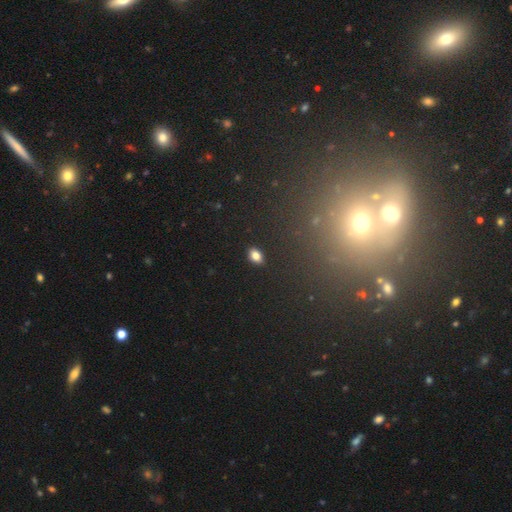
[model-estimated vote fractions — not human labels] smooth-or-featured: smooth: 82% | star or artifact: 11% | featured or disk: 7%
  how-rounded: in between: 85% | round: 13% | cigar-shaped: 2%
  merging: none: 89% | minor disturbance: 8% | major disturbance: 2% | merger: 1%